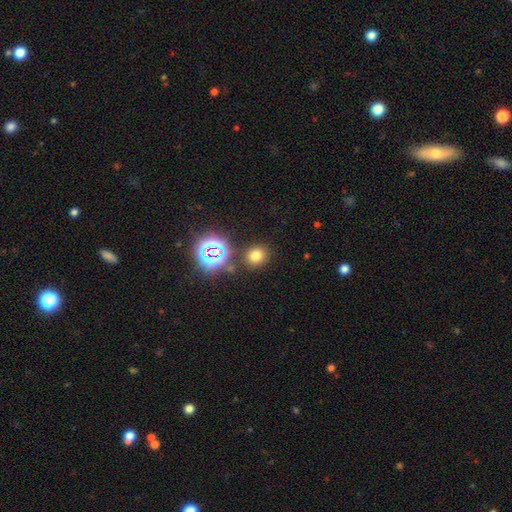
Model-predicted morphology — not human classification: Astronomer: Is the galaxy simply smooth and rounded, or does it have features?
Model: smooth — 69%.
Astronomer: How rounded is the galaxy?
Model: round — 80%.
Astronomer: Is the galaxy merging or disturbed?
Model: none — 84%.